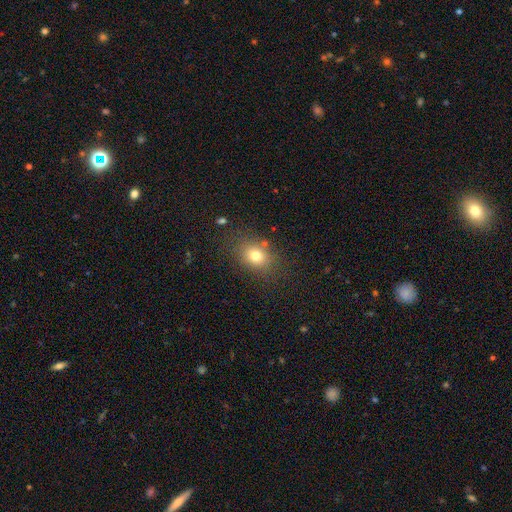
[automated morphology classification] Smooth or featured: smooth — 76% (star or artifact — 14%)
How rounded: in between — 52% (round — 47%)
Merging: none — 81% (minor disturbance — 12%)